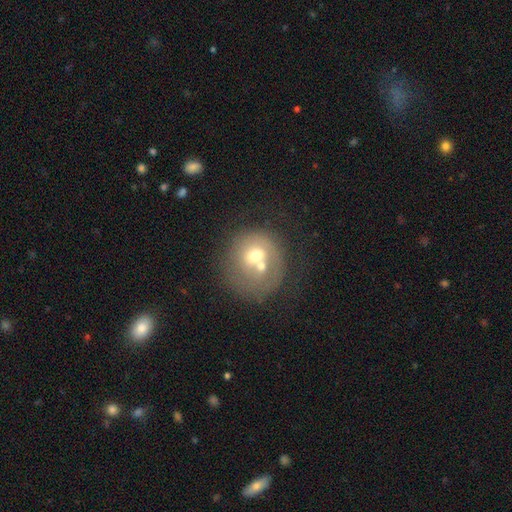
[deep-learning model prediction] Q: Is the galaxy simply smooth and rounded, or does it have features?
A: smooth — 45%, tied with featured or disk.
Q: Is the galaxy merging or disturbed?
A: merger — 48%.